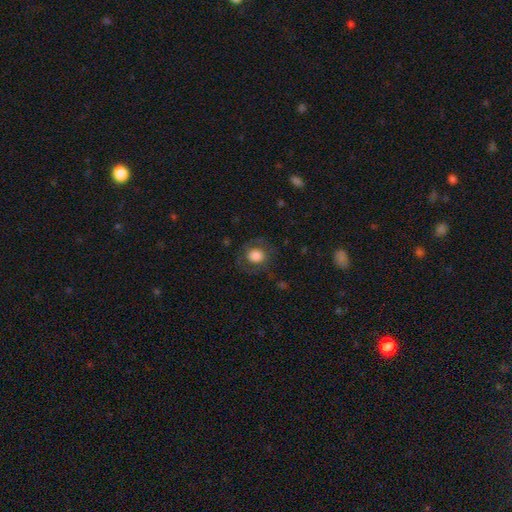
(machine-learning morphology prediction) type=smooth (71%); roundness=round (79%); merging=none (71%).